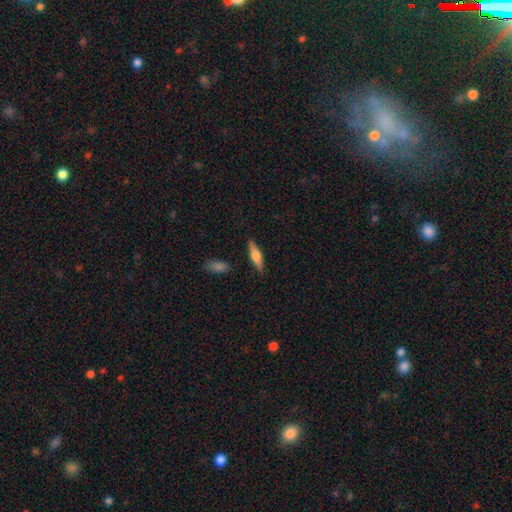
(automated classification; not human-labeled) smooth 48%, featured or disk 46%, star or artifact 6%. Down the decision tree: merging — none (86%).